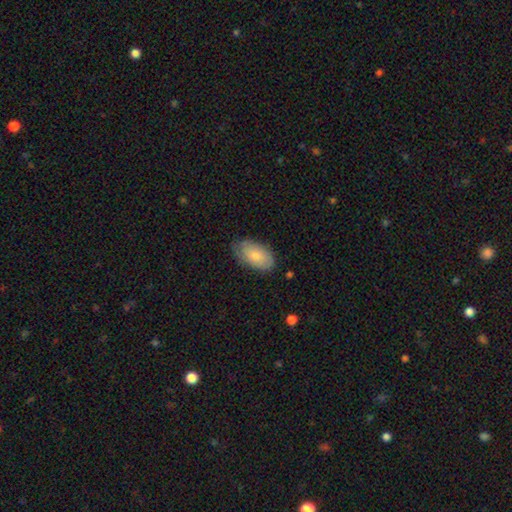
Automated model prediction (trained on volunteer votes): Smooth or featured?
  - smooth: 80% *
  - featured or disk: 15%
  - star or artifact: 6%
How rounded?
  - in between: 95% *
  - round: 3%
  - cigar-shaped: 2%
Merging?
  - none: 73% *
  - minor disturbance: 21%
  - major disturbance: 4%
  - merger: 1%